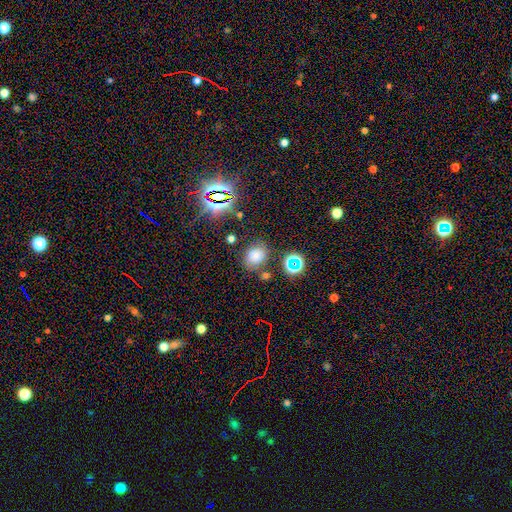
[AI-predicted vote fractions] Q: Smooth or featured?
A: smooth (68%); runner-up: star or artifact (21%)
Q: How rounded?
A: round (52%); runner-up: in between (46%)
Q: Merging?
A: none (73%); runner-up: minor disturbance (15%)